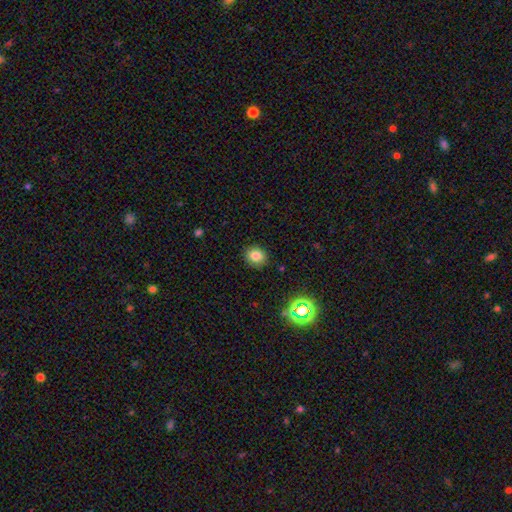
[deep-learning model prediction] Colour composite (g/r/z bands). It shows a smooth galaxy with no disk features (81%) that is round (69%). Merging: none (88%).